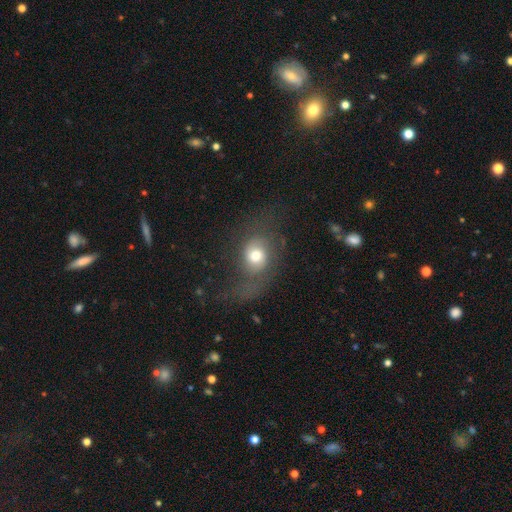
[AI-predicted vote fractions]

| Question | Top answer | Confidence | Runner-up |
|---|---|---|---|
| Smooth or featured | smooth | 60% | featured or disk (30%) |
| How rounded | round | 58% | in between (40%) |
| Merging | none | 42% | major disturbance (35%) |